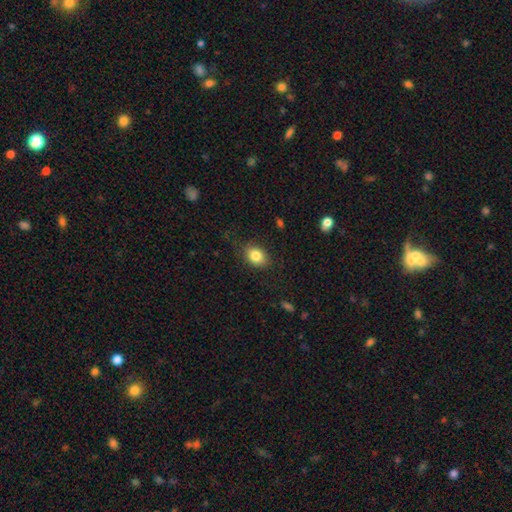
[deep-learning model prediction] smooth 83%, star or artifact 9%, featured or disk 8%. Down the decision tree: how rounded — in between (69%); merging — none (81%).